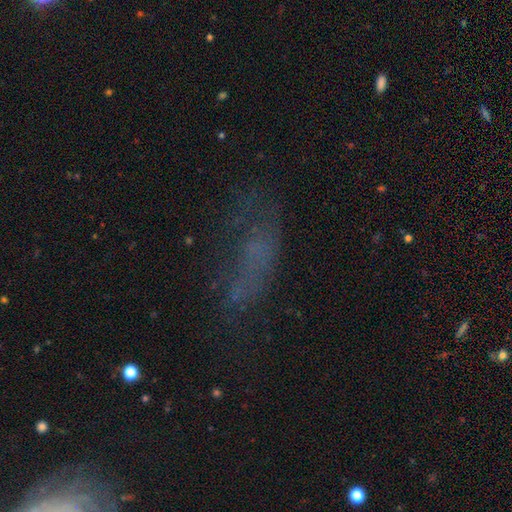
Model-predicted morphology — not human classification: Smooth or featured? Predicted: smooth (p=0.43). Merging? Predicted: none (p=0.44).